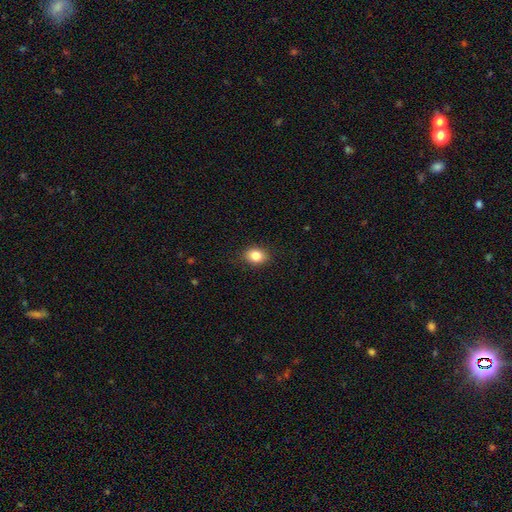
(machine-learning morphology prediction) type=smooth (84%); roundness=in between (57%); merging=none (87%).